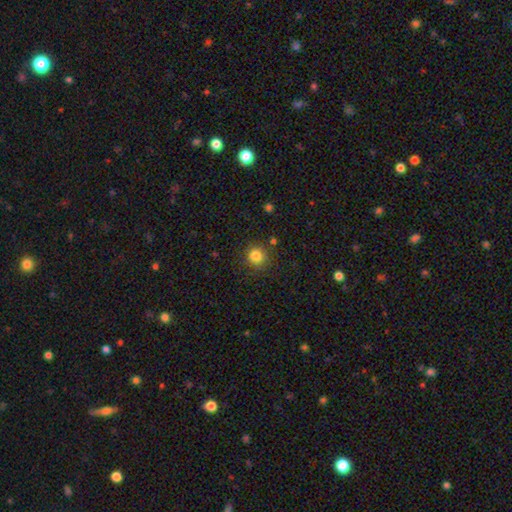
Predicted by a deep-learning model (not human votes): Q: Smooth or featured?
A: smooth (83%); runner-up: star or artifact (12%)
Q: How rounded?
A: round (92%); runner-up: in between (7%)
Q: Merging?
A: none (86%); runner-up: minor disturbance (8%)